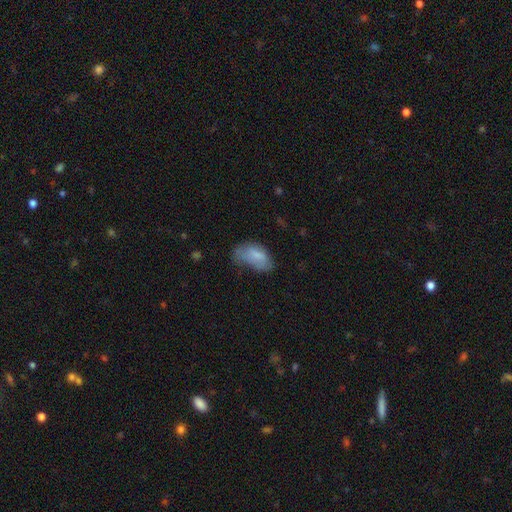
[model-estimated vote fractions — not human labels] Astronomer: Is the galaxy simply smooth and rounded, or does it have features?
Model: smooth — 74%.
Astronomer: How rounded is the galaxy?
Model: in between — 93%.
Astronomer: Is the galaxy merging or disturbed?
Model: minor disturbance — 39% (runner-up: none, 36%).